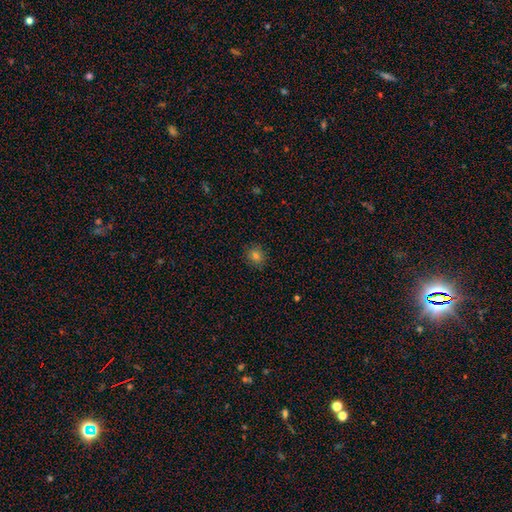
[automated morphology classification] Smooth or featured? Predicted: smooth (p=0.77). How rounded? Predicted: round (p=0.82). Merging? Predicted: none (p=0.89).